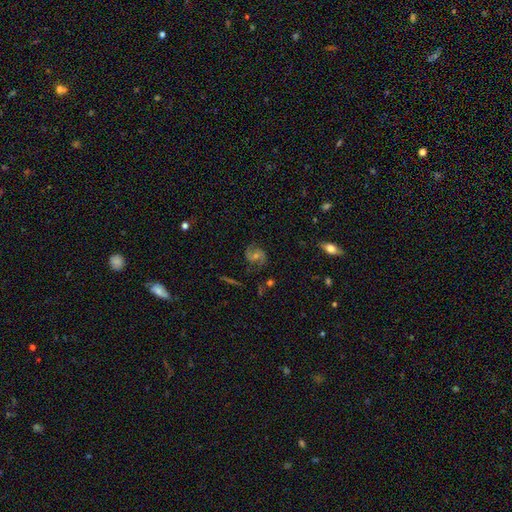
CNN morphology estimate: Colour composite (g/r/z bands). It shows a featured or disk galaxy (77%) with no bar (53%), 2 (88%) medium (53%) spiral arms (95%) and a moderate central bulge (46%). Merging: none (79%).